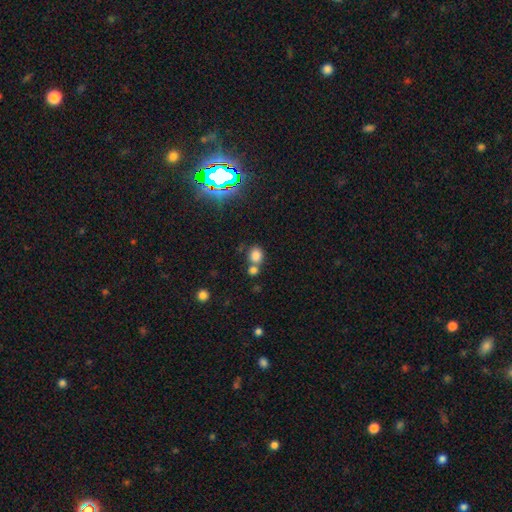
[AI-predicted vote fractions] This appears to be a smooth galaxy with no disk features (78%) that is round (68%). Merging: none (50%).